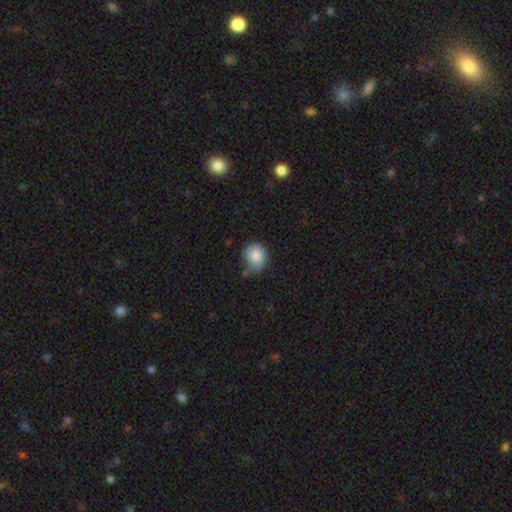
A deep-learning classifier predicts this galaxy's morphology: This appears to be a smooth galaxy with no disk features (85%) that is round (72%). Merging: none (62%).